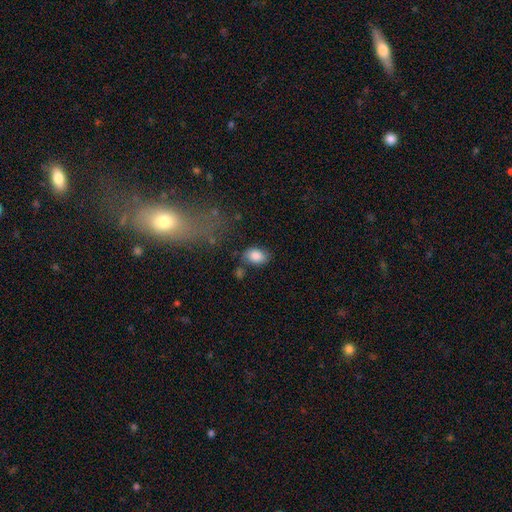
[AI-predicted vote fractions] This is clearly a smooth galaxy (85%). How rounded: clearly in between (82%). Merging: likely none (69%).